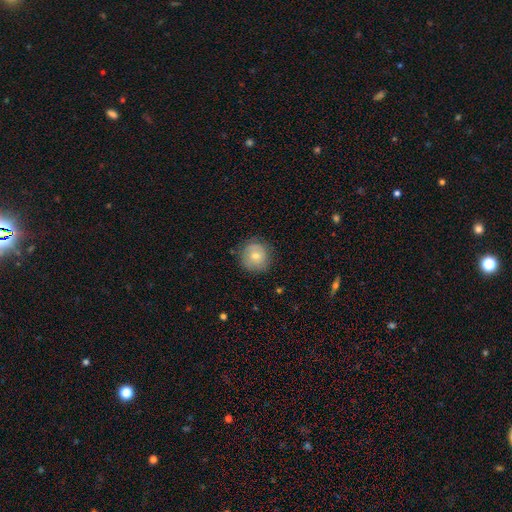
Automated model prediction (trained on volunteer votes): Overall: smooth (66%). How rounded: round (90%). Merging: none (78%).